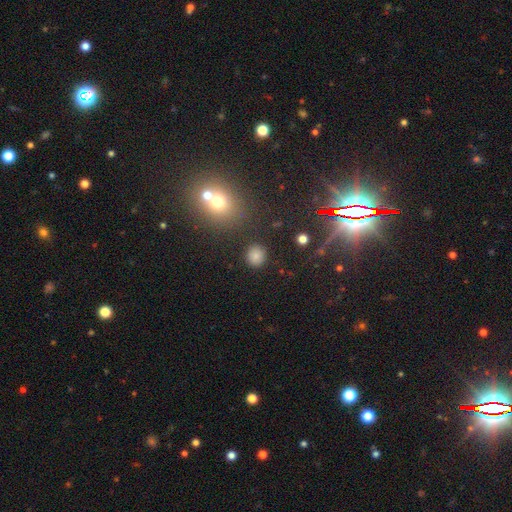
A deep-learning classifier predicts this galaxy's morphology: A smooth galaxy with no disk features (81%) that is round (87%). Merging: none (88%).